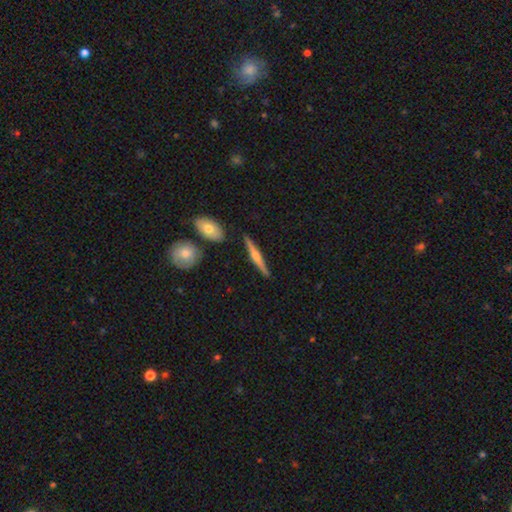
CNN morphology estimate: This is likely a featured or disk galaxy (69%). It is clearly viewed edge-on (97%). Edge-on bulge: clearly rounded (90%). Merging: clearly none (88%).